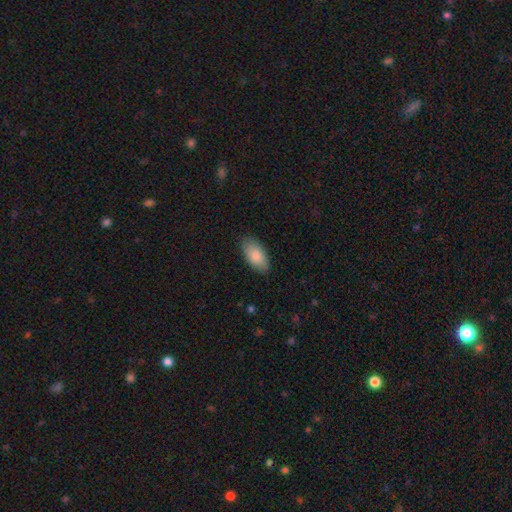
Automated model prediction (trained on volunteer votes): smooth_or_featured: smooth (p=0.85) [alt: featured or disk p=0.09]
how_rounded: in between (p=0.94) [alt: cigar-shaped p=0.04]
merging: none (p=0.86) [alt: minor disturbance p=0.11]